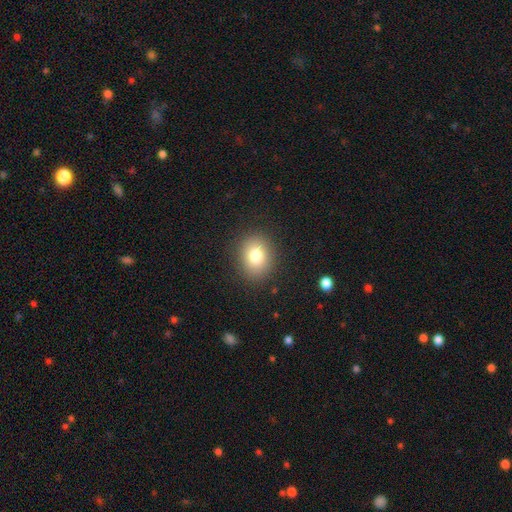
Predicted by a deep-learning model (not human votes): smooth_or_featured: smooth (p=0.79) [alt: star or artifact p=0.11]
how_rounded: round (p=0.57) [alt: in between p=0.42]
merging: none (p=0.88) [alt: minor disturbance p=0.08]